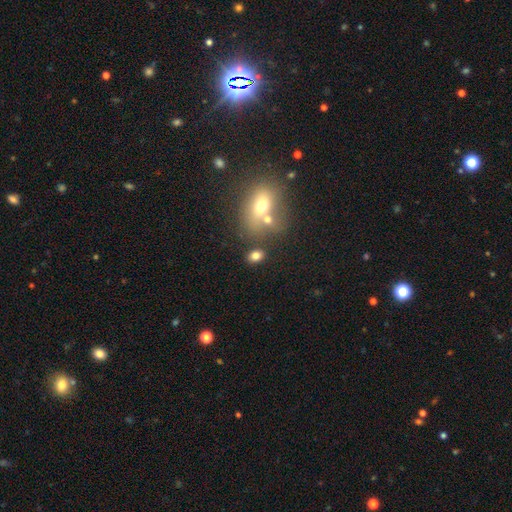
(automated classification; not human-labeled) Morphology: type=smooth (79%); roundness=in between (73%); merging=none (68%).